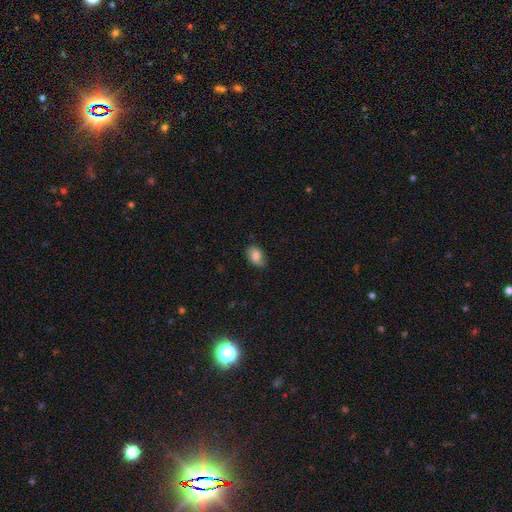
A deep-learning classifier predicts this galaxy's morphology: Overall: smooth (72%). How rounded: in between (83%). Merging: none (76%).